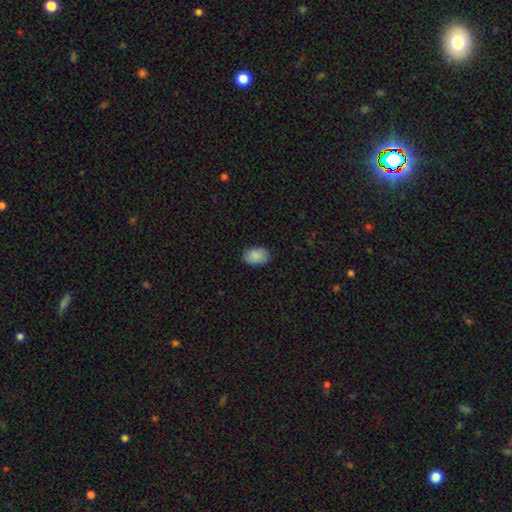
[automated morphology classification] Smooth or featured: smooth — 89% (star or artifact — 7%)
How rounded: in between — 85% (round — 14%)
Merging: none — 86% (minor disturbance — 11%)